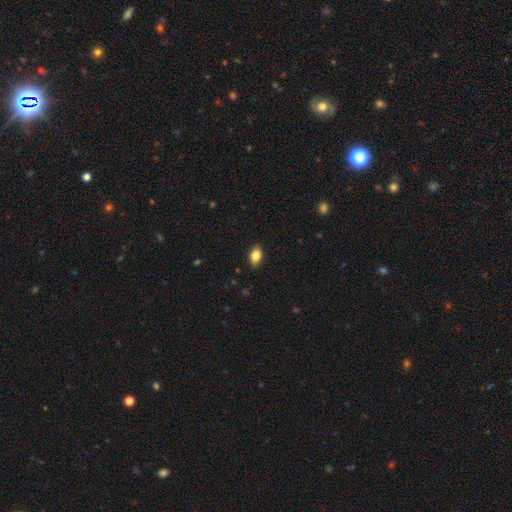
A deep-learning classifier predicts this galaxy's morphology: Q: Smooth or featured?
A: smooth (82%); runner-up: featured or disk (10%)
Q: How rounded?
A: in between (85%); runner-up: round (12%)
Q: Merging?
A: none (86%); runner-up: minor disturbance (11%)